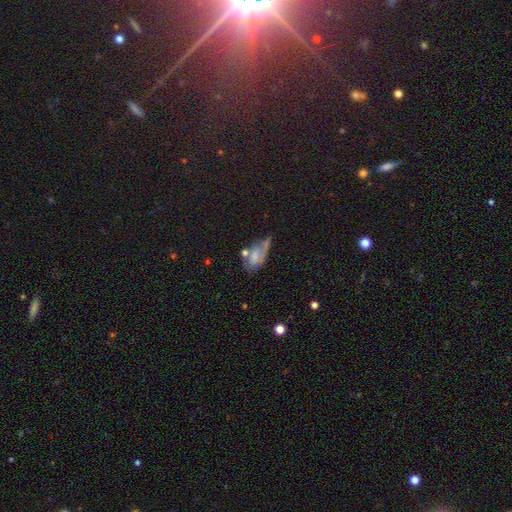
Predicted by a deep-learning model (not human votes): featured or disk 45%, smooth 44%, star or artifact 11%. Down the decision tree: merging — none (30%, tied with minor disturbance).